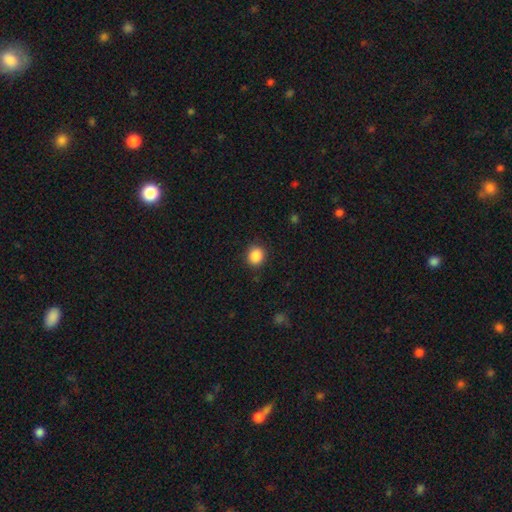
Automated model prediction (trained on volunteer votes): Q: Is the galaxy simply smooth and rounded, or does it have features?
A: smooth — 88%.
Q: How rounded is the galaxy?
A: round — 79%.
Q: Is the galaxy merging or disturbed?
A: none — 89%.